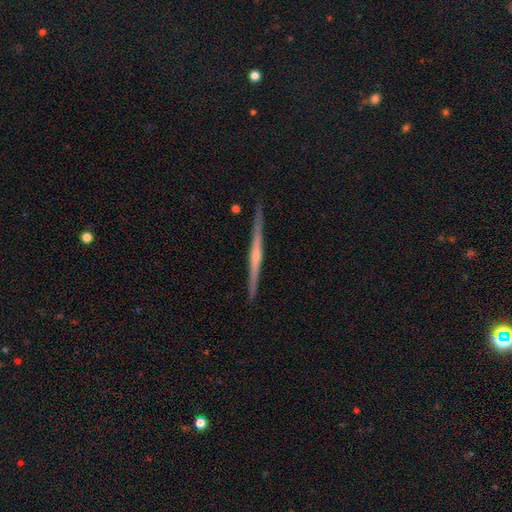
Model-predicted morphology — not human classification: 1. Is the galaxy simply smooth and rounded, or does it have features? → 77% featured or disk, 18% smooth, 6% star or artifact.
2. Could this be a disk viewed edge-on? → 98% yes, 2% no.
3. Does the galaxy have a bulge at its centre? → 54% rounded, 36% none, 10% boxy.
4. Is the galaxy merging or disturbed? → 91% none, 7% minor disturbance, 1% major disturbance, 1% merger.